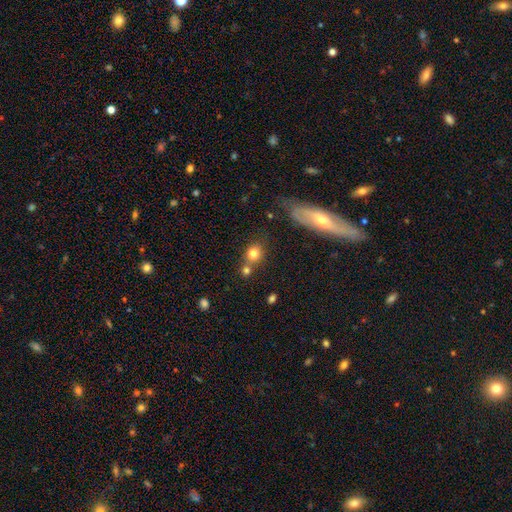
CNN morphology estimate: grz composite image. It shows a smooth galaxy with no disk features (50%) that is round (42%). Merging: none (75%).